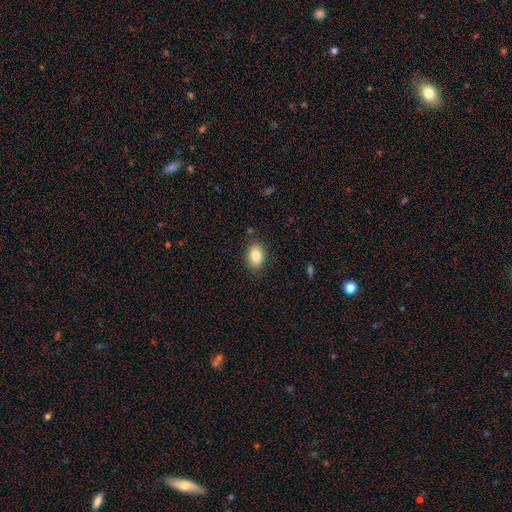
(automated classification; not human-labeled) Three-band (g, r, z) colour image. It shows a smooth galaxy with no disk features (84%) that is in between round and cigar-shaped (83%). Merging: none (85%).